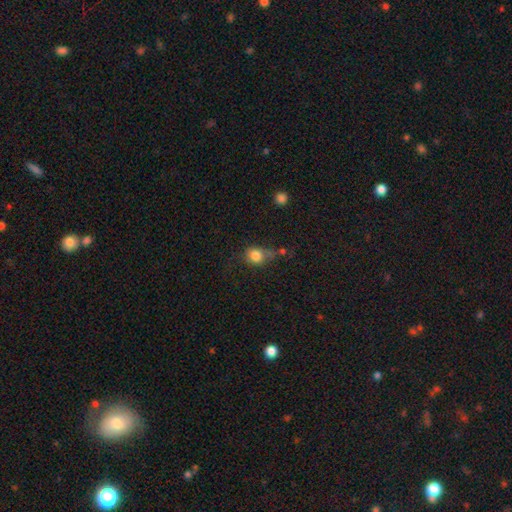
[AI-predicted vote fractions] Overall: smooth (81%). How rounded: round (75%). Merging: none (49%; minor disturbance 24%).